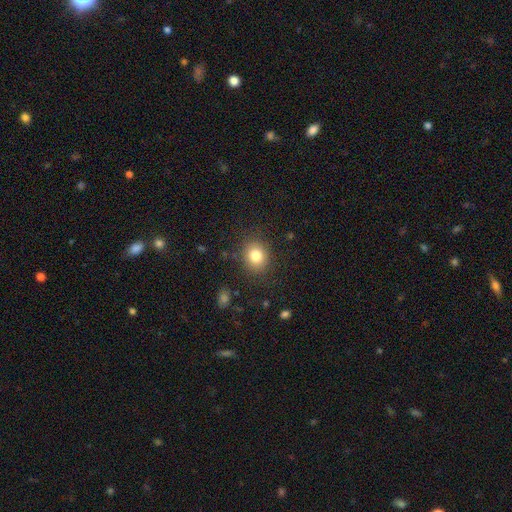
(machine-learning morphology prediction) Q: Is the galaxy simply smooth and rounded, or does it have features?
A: smooth — 82%.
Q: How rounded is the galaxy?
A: round — 68%.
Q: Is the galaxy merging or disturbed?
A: none — 85%.